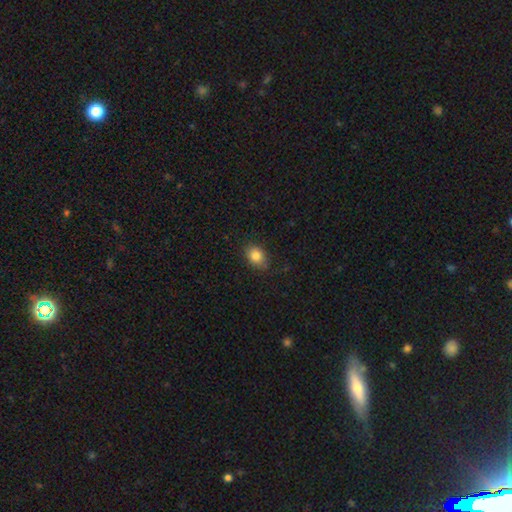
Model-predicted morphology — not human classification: A smooth galaxy with no disk features (85%) that is in between round and cigar-shaped (57%). Merging: none (82%).